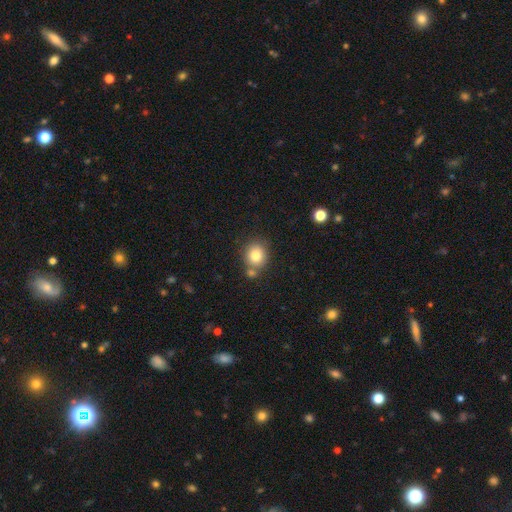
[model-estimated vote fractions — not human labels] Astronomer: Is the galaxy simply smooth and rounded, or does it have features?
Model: smooth — 81%.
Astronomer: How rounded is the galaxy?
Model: round — 78%.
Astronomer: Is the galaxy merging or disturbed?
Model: none — 65%.